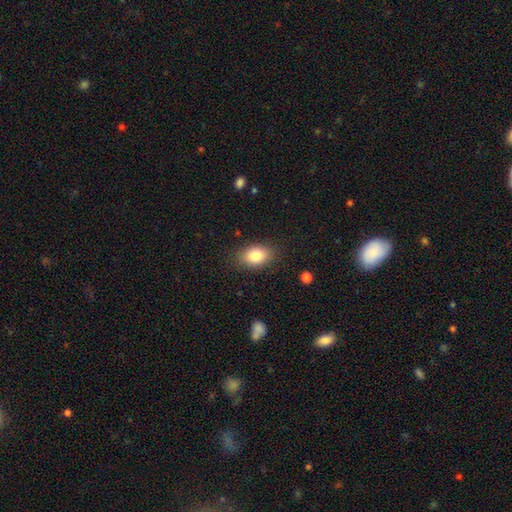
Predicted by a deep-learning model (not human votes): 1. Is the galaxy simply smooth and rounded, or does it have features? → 83% smooth, 9% featured or disk, 8% star or artifact.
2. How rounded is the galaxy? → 84% in between, 15% round, 2% cigar-shaped.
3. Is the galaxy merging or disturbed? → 85% none, 11% minor disturbance, 3% major disturbance, 1% merger.